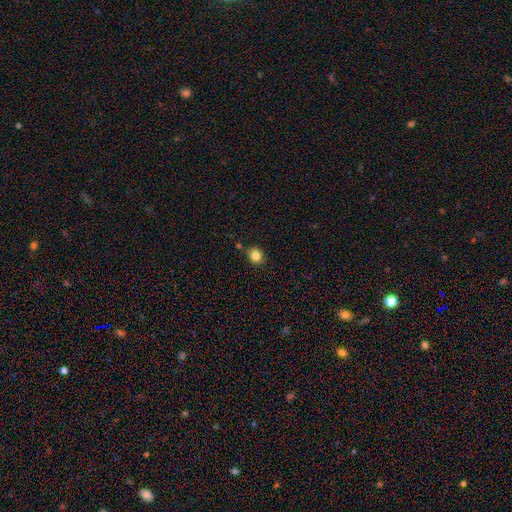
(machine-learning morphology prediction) Q: Smooth or featured?
A: smooth (84%); runner-up: star or artifact (11%)
Q: How rounded?
A: round (67%); runner-up: in between (32%)
Q: Merging?
A: none (80%); runner-up: minor disturbance (12%)